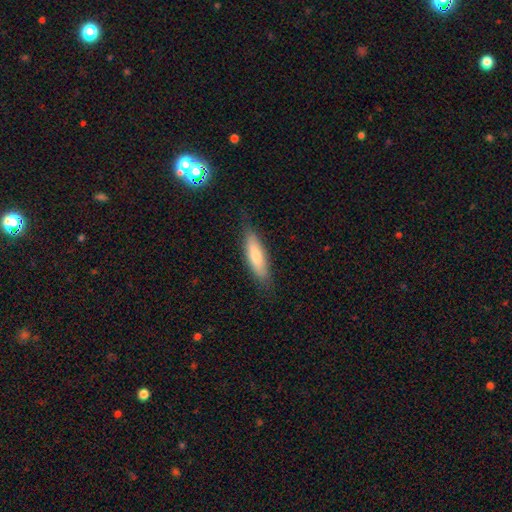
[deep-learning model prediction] The model was most divided on "how rounded": cigar-shaped: 53%, in between: 45%, round: 2%. More confident: merging — none (78%); smooth or featured — smooth (75%).